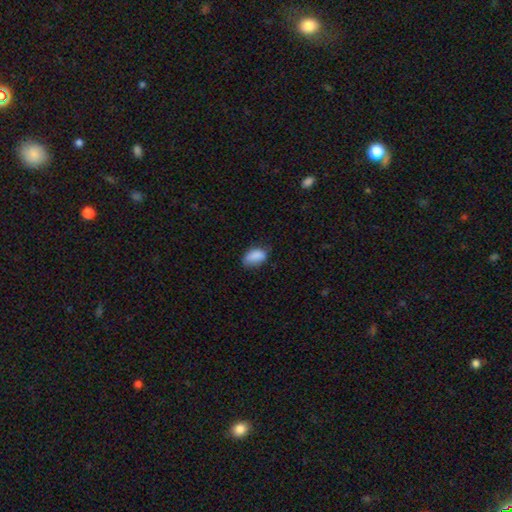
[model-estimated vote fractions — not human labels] A smooth galaxy with no disk features (86%) that is in between round and cigar-shaped (91%). Merging: none (58%).